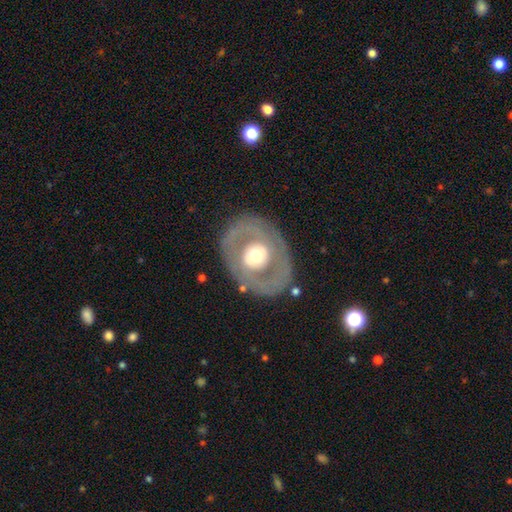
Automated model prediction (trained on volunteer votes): Q: Smooth or featured?
A: featured or disk (64%); runner-up: smooth (30%)
Q: Edge-on disk?
A: no (94%); runner-up: yes (6%)
Q: Bar?
A: no (74%); runner-up: weak (18%)
Q: Spiral arms?
A: no (76%); runner-up: yes (24%)
Q: Bulge size?
A: moderate (62%); runner-up: large (27%)
Q: Merging?
A: none (80%); runner-up: minor disturbance (11%)